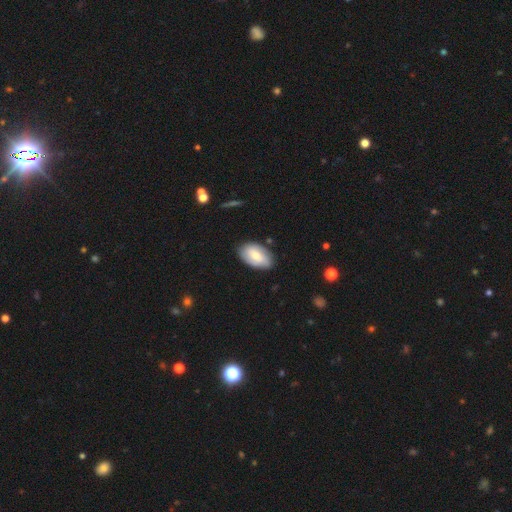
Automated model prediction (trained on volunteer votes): Smooth or featured?
  - smooth: 67% *
  - featured or disk: 27%
  - star or artifact: 6%
How rounded?
  - in between: 93% *
  - round: 6%
  - cigar-shaped: 1%
Merging?
  - none: 80% *
  - minor disturbance: 15%
  - major disturbance: 3%
  - merger: 2%